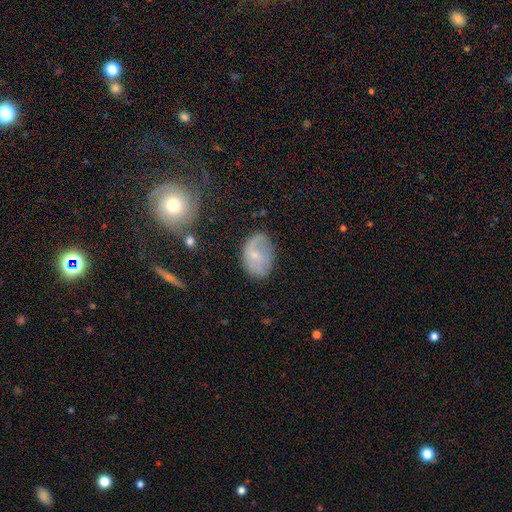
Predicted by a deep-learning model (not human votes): smooth 46%, featured or disk 44%, star or artifact 9%. Down the decision tree: merging — none (56%).